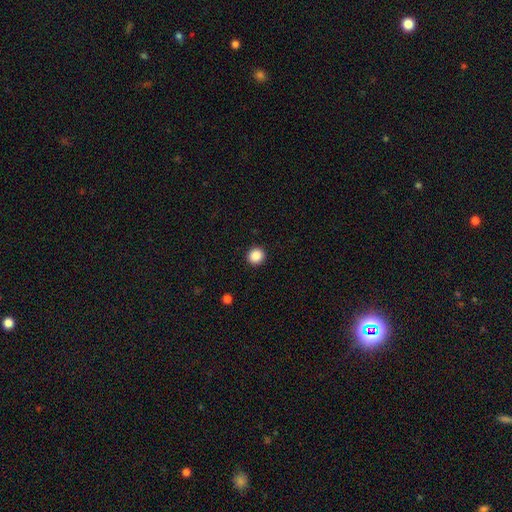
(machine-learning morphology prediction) Smooth or featured: smooth — 88% (star or artifact — 9%)
How rounded: round — 94% (in between — 5%)
Merging: none — 93% (minor disturbance — 4%)